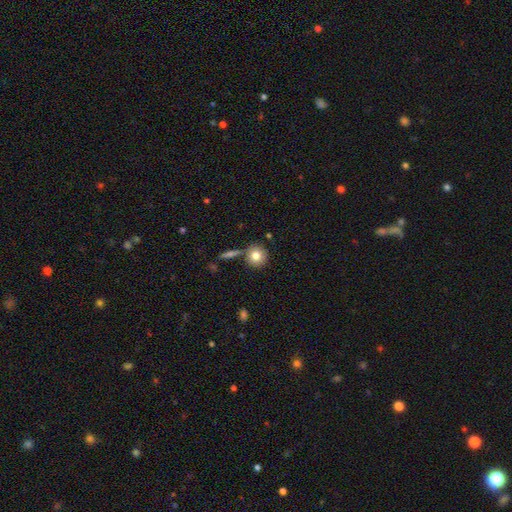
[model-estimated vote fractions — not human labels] Smooth or featured? Predicted: smooth (p=0.78). How rounded? Predicted: round (p=0.91). Merging? Predicted: none (p=0.76).